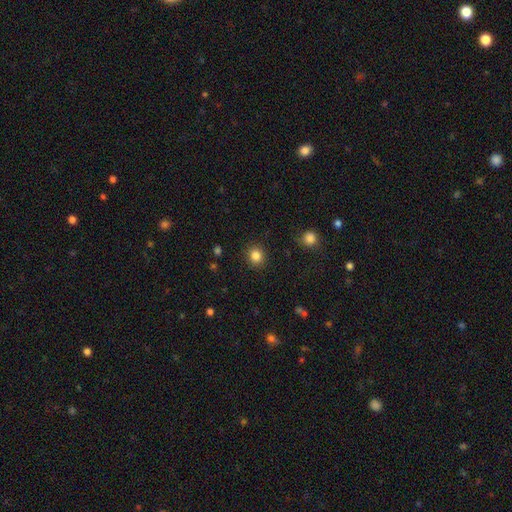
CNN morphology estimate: Smooth or featured?
  - smooth: 84% *
  - star or artifact: 11%
  - featured or disk: 5%
How rounded?
  - round: 84% *
  - in between: 15%
  - cigar-shaped: 1%
Merging?
  - none: 90% *
  - minor disturbance: 7%
  - major disturbance: 2%
  - merger: 1%